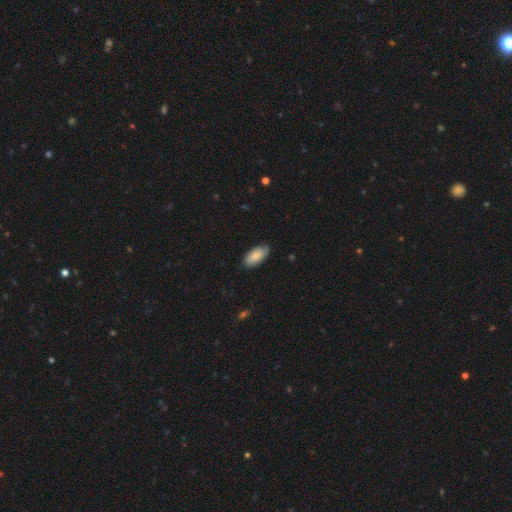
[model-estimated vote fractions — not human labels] smooth_or_featured: smooth (p=0.82) [alt: featured or disk p=0.12]
how_rounded: in between (p=0.93) [alt: cigar-shaped p=0.05]
merging: none (p=0.83) [alt: minor disturbance p=0.14]